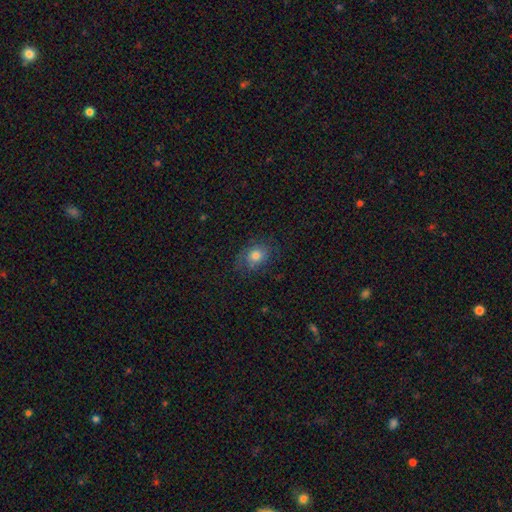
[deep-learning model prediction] Smooth or featured: smooth — 72% (featured or disk — 16%)
How rounded: in between — 55% (round — 43%)
Merging: none — 73% (minor disturbance — 19%)